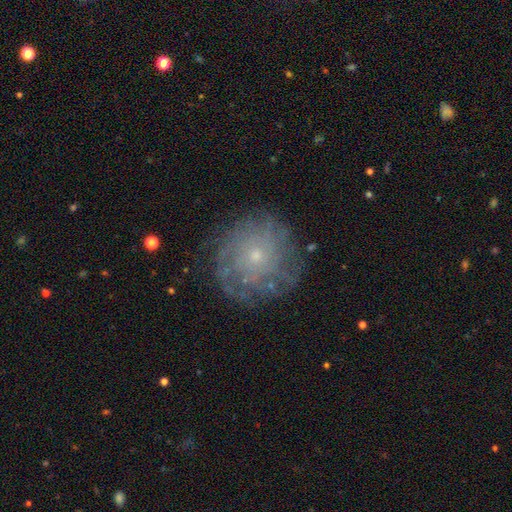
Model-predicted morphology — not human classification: type=featured or disk (61%); edge-on=no (97%); bar=no (88%); spiral arms=yes (72%); bulge=small (77%); merging=none (79%).